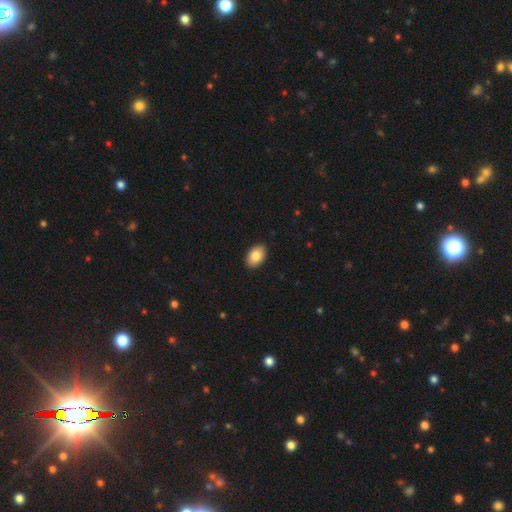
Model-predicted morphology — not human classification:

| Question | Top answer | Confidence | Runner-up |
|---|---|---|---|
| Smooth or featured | smooth | 85% | featured or disk (8%) |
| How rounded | in between | 89% | round (10%) |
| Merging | none | 90% | minor disturbance (7%) |